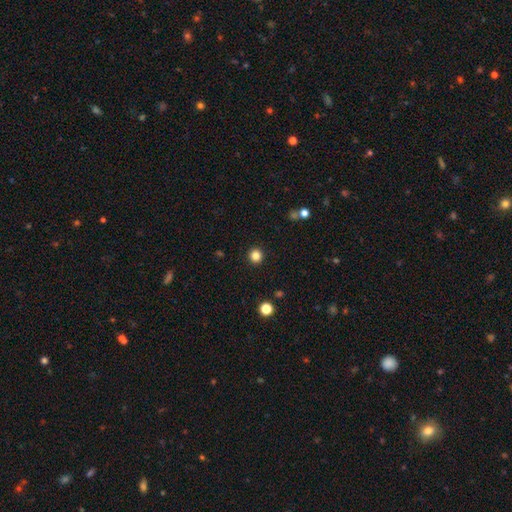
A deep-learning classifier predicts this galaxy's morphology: This is clearly a smooth galaxy (84%). How rounded: clearly round (94%). Merging: clearly none (93%).